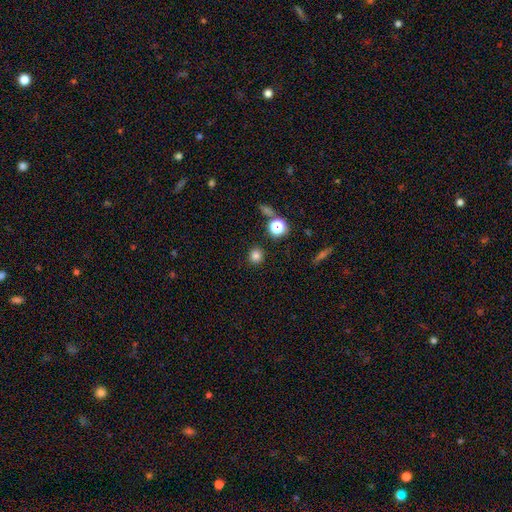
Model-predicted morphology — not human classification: Smooth or featured? Predicted: smooth (p=0.81). How rounded? Predicted: round (p=0.90). Merging? Predicted: none (p=0.89).